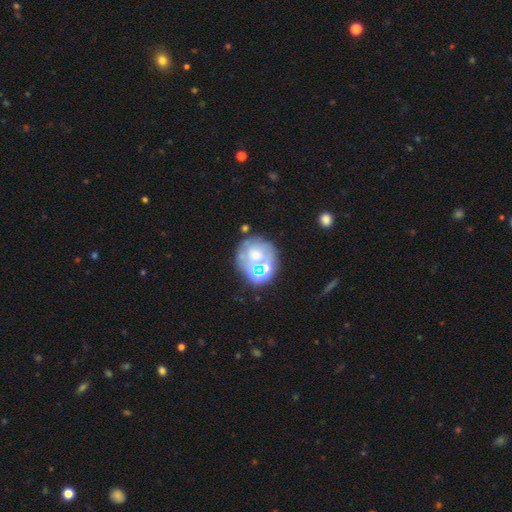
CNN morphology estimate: Smooth or featured? smooth (42%)
Merging? none (49%)